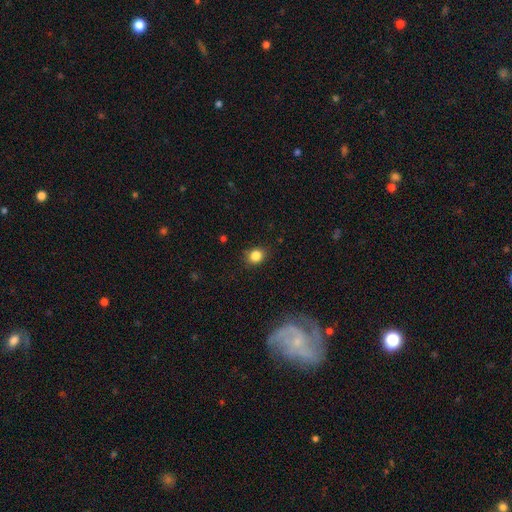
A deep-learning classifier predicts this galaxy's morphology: type=smooth (84%); roundness=round (68%); merging=none (85%).